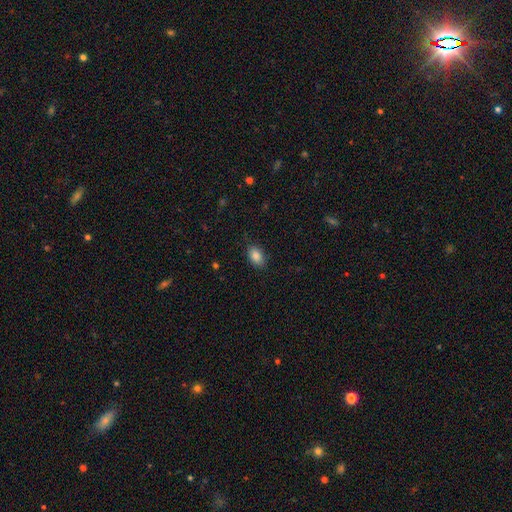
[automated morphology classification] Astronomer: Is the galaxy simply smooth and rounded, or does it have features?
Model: smooth — 86%.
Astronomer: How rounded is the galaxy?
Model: in between — 87%.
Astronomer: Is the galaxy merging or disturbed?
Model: none — 84%.